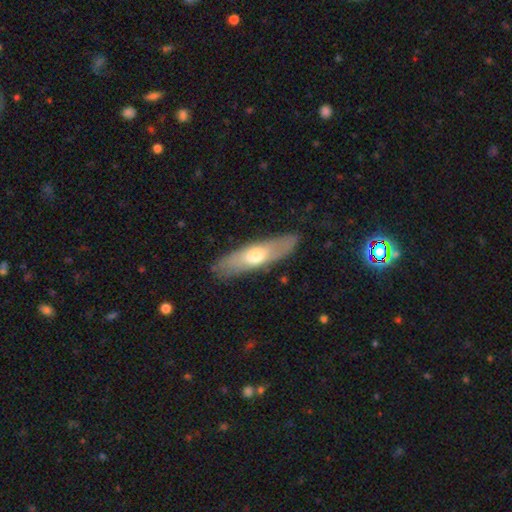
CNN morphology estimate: type=smooth (53%); roundness=cigar-shaped (57%); merging=none (83%).